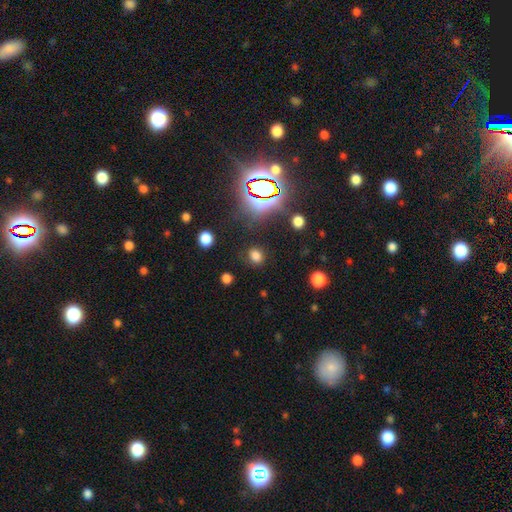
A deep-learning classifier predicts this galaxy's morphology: Smooth or featured? smooth (72%)
How rounded? round (64%)
Merging? none (82%)